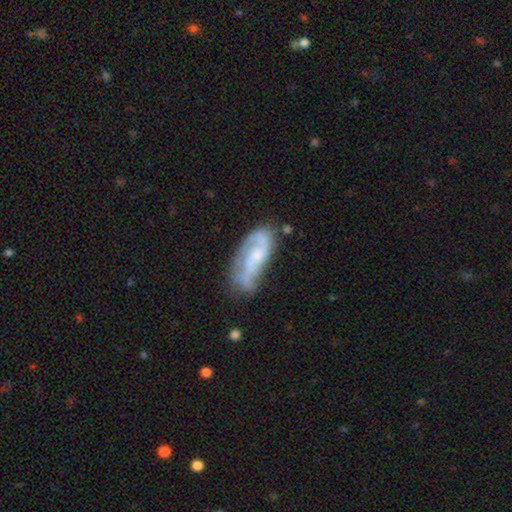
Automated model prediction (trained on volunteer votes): This is likely a featured or disk galaxy (72%). It is clearly not viewed edge-on (91%). Bar: possibly no (54%). Spiral arm pattern: clearly yes (88%). Spiral arm count: likely 2 (69%). Spiral winding: marginally medium (44%). Central bulge: possibly small (50%). Merging: possibly none (51%).